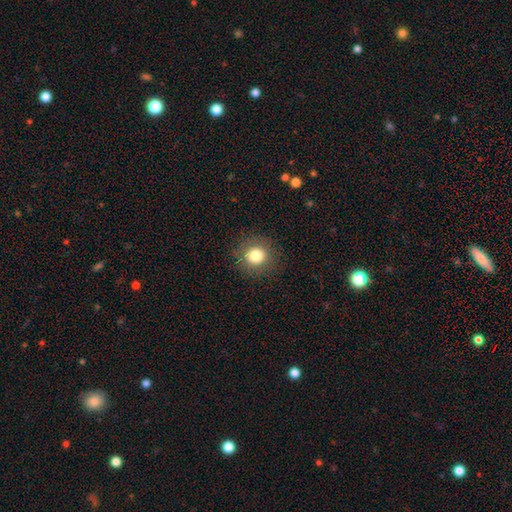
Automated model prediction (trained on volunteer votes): Q: Smooth or featured?
A: smooth (81%); runner-up: star or artifact (11%)
Q: How rounded?
A: round (90%); runner-up: in between (9%)
Q: Merging?
A: none (89%); runner-up: minor disturbance (7%)